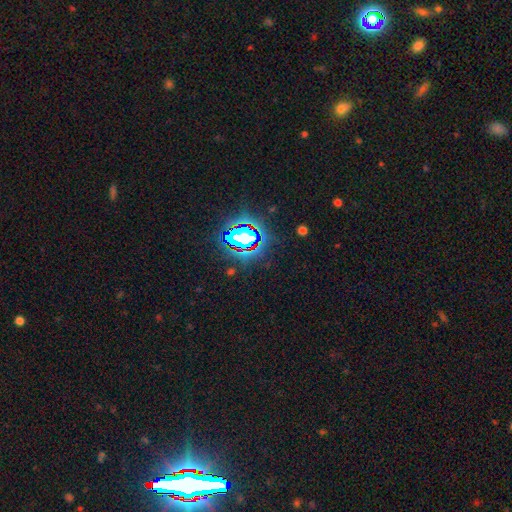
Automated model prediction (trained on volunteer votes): Smooth or featured: star or artifact — 82% (smooth — 11%)